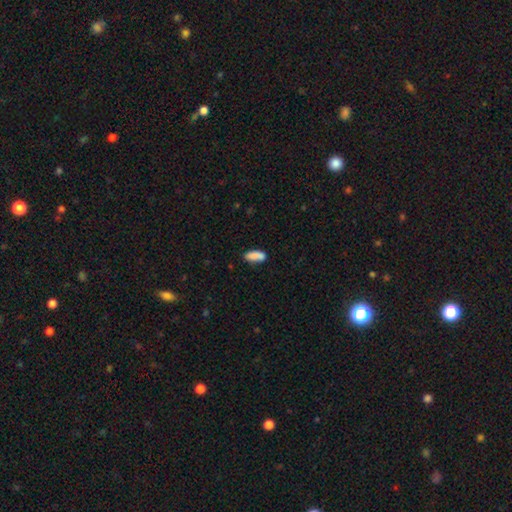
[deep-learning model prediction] A smooth galaxy with no disk features (84%) that is in between round and cigar-shaped (71%). Merging: none (70%).